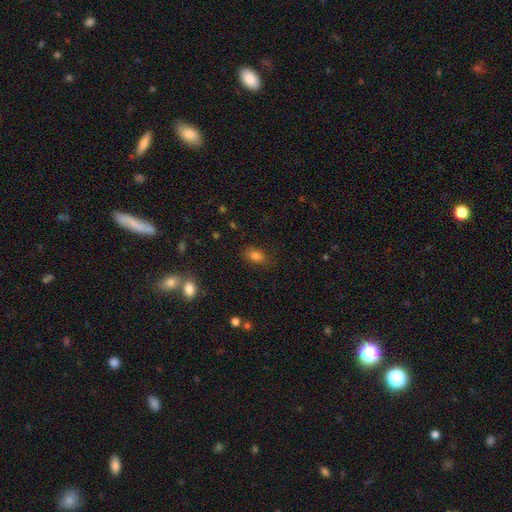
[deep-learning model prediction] Smooth or featured?
  - smooth: 81% *
  - star or artifact: 12%
  - featured or disk: 7%
How rounded?
  - in between: 83% *
  - round: 15%
  - cigar-shaped: 3%
Merging?
  - none: 79% *
  - minor disturbance: 15%
  - major disturbance: 4%
  - merger: 2%